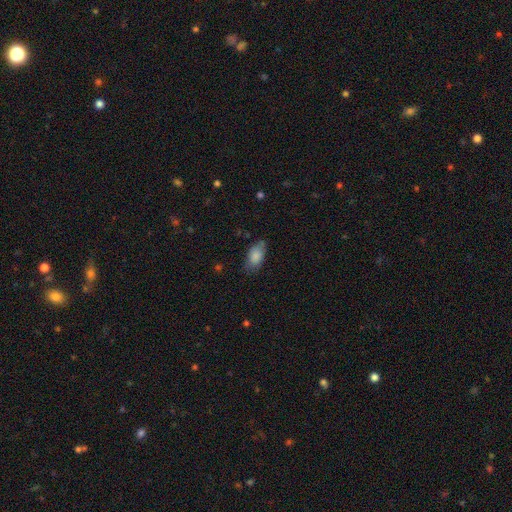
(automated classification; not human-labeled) smooth_or_featured: smooth (p=0.84) [alt: featured or disk p=0.09]
how_rounded: in between (p=0.91) [alt: round p=0.05]
merging: none (p=0.67) [alt: minor disturbance p=0.25]